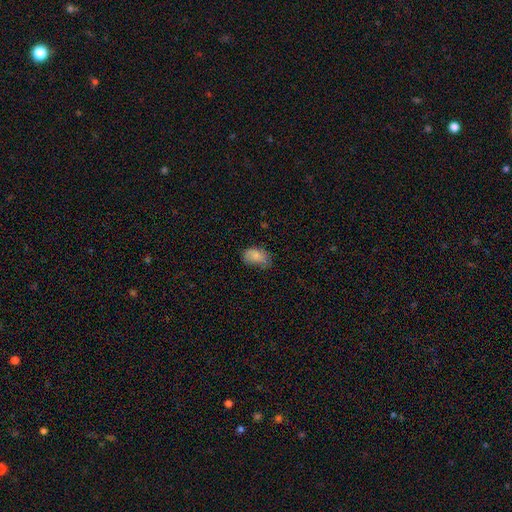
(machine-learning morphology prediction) This is clearly a smooth galaxy (81%). How rounded: clearly in between (90%). Merging: possibly none (48%).